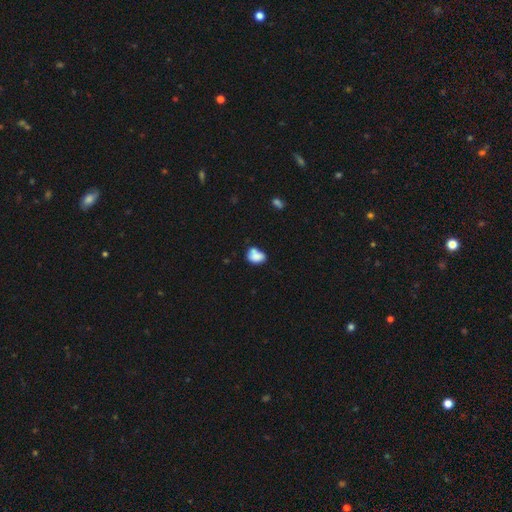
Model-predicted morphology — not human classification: Smooth or featured? Predicted: smooth (p=0.80). How rounded? Predicted: in between (p=0.72). Merging? Predicted: none (p=0.41).